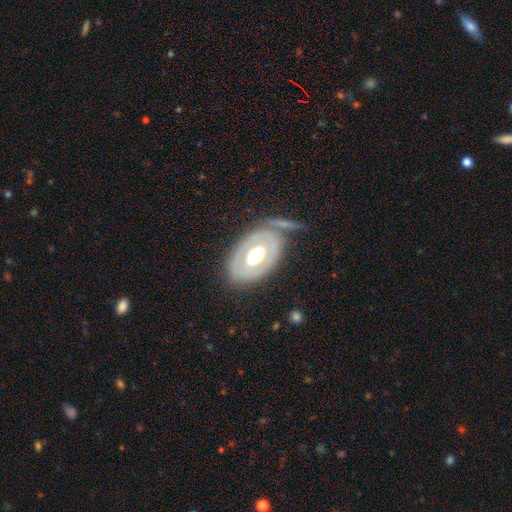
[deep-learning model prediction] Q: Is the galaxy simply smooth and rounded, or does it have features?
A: featured or disk — 61%.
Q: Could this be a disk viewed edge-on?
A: no — 91%.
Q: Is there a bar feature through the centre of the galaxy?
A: no — 77%.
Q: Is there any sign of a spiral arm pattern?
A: no — 83%.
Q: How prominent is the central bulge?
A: moderate — 56%.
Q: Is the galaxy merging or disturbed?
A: none — 62%.